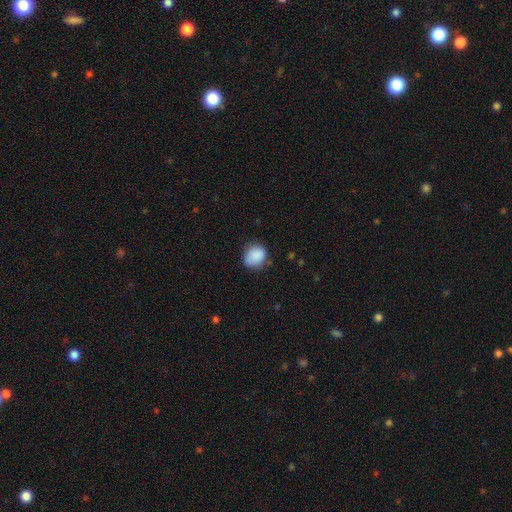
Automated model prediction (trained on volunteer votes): Morphology: type=smooth (88%); roundness=round (62%); merging=none (76%).